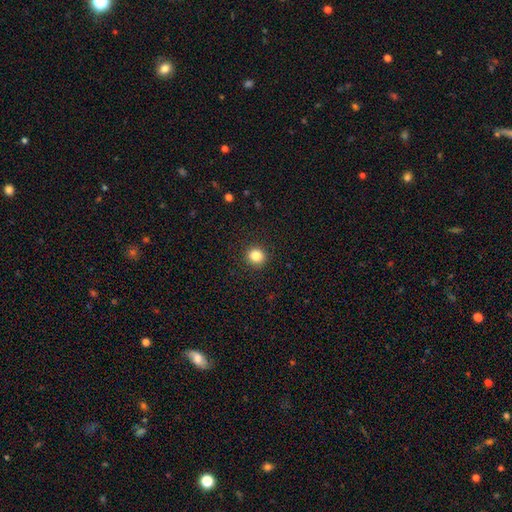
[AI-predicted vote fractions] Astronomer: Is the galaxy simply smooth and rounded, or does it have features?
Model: smooth — 84%.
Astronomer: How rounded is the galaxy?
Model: round — 92%.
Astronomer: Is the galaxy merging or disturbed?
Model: none — 92%.